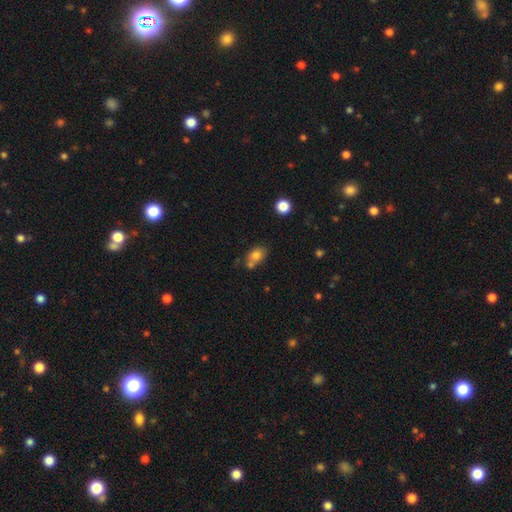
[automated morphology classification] Smooth or featured: smooth — 78% (featured or disk — 11%)
How rounded: in between — 61% (round — 37%)
Merging: none — 51% (merger — 28%)